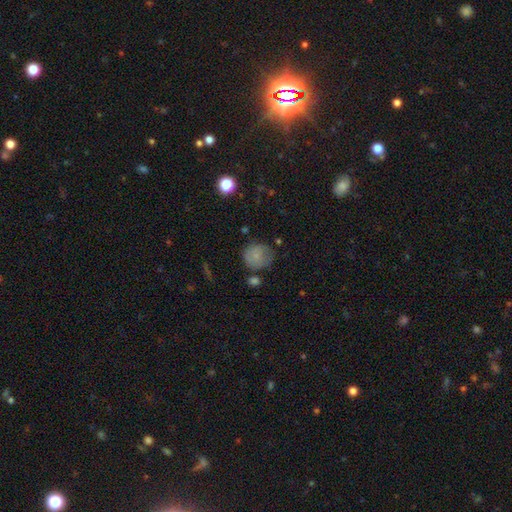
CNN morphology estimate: Smooth or featured?
  - smooth: 73% *
  - featured or disk: 18%
  - star or artifact: 9%
How rounded?
  - round: 83% *
  - in between: 16%
  - cigar-shaped: 1%
Merging?
  - none: 58% *
  - minor disturbance: 27%
  - major disturbance: 10%
  - merger: 5%